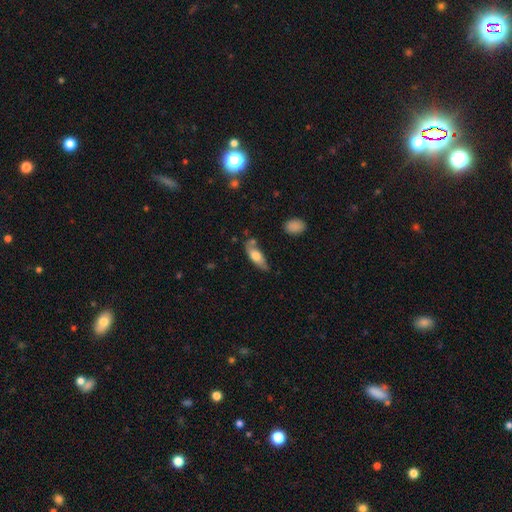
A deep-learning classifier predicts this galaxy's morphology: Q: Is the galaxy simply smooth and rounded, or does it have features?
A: smooth — 66%.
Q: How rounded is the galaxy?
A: in between — 64%.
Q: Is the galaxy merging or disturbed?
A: none — 63%.